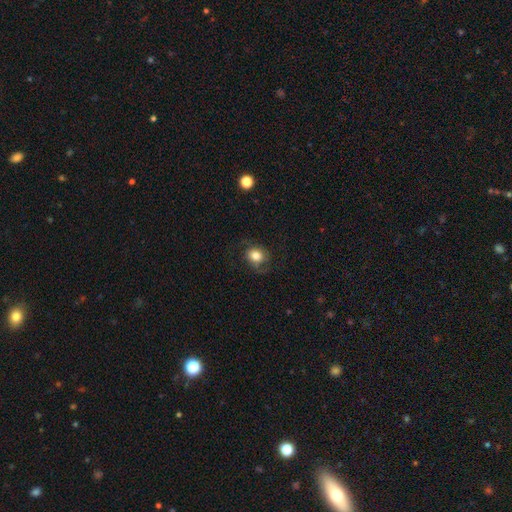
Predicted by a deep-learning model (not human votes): Smooth or featured: smooth — 68% (featured or disk — 23%)
How rounded: round — 62% (in between — 37%)
Merging: none — 65% (minor disturbance — 20%)